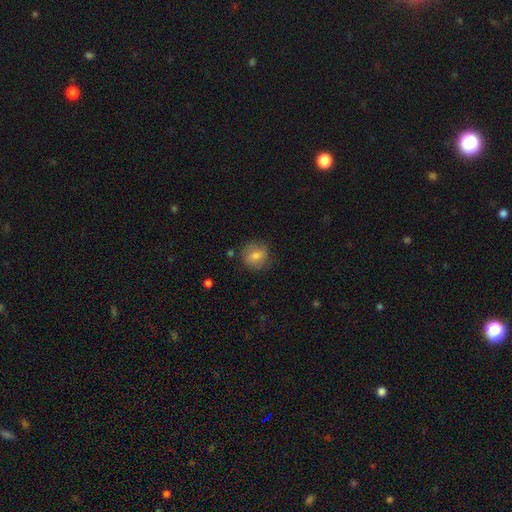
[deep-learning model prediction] Overall: smooth (75%). How rounded: round (84%). Merging: none (81%).